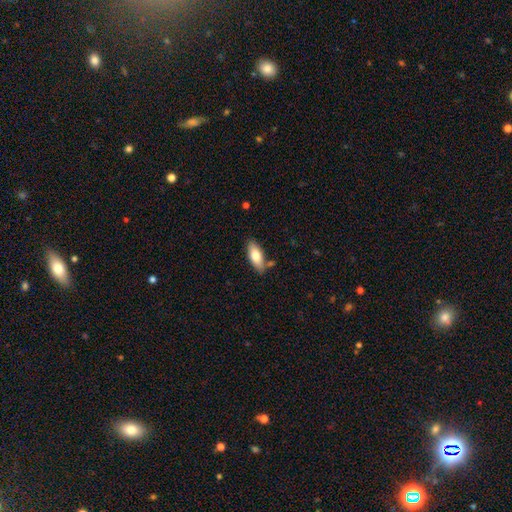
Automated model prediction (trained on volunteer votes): smooth 77%, featured or disk 17%, star or artifact 6%. Down the decision tree: how rounded — in between (81%); merging — none (76%).